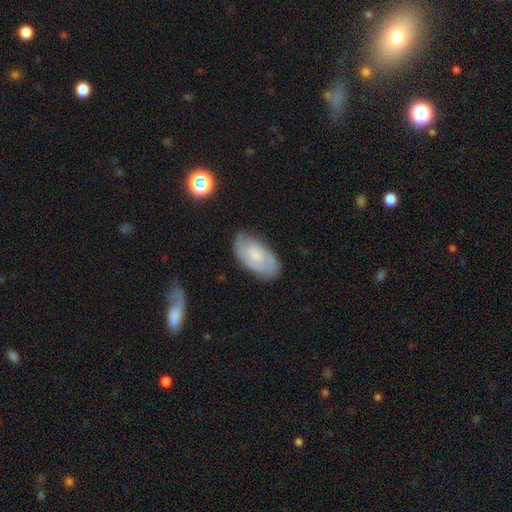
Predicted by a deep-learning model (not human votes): Q: Smooth or featured?
A: featured or disk (53%); runner-up: smooth (39%)
Q: Edge-on disk?
A: no (94%); runner-up: yes (6%)
Q: Merging?
A: none (76%); runner-up: minor disturbance (17%)